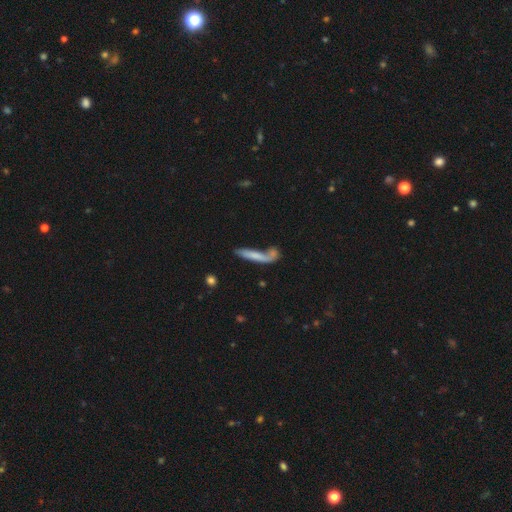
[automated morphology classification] This appears to be a smooth galaxy with no disk features (64%) that is cigar-shaped (86%). Merging: none (43%).